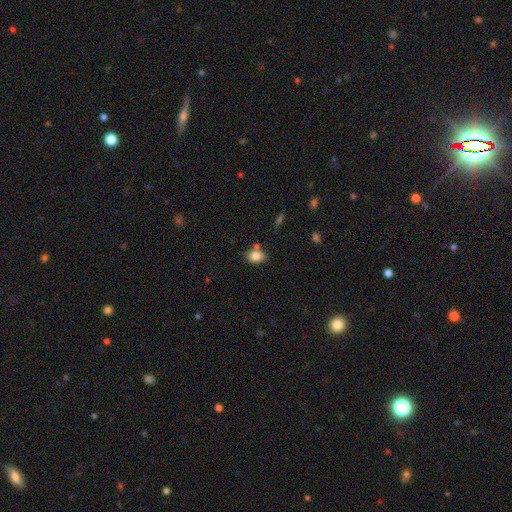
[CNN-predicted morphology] Smooth or featured?
  - smooth: 82% *
  - star or artifact: 9%
  - featured or disk: 9%
How rounded?
  - in between: 74% *
  - round: 24%
  - cigar-shaped: 2%
Merging?
  - none: 68% *
  - minor disturbance: 15%
  - merger: 13%
  - major disturbance: 4%